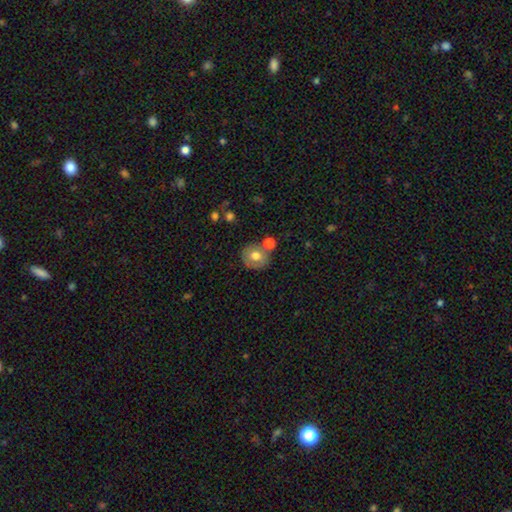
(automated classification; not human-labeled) Smooth or featured: smooth — 69% (featured or disk — 22%)
How rounded: round — 80% (in between — 19%)
Merging: none — 65% (merger — 18%)